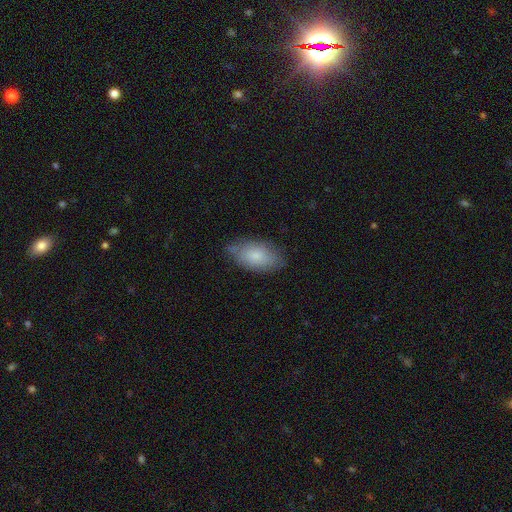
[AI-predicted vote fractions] Smooth or featured: smooth — 76% (featured or disk — 17%)
How rounded: in between — 93% (round — 4%)
Merging: none — 70% (minor disturbance — 24%)